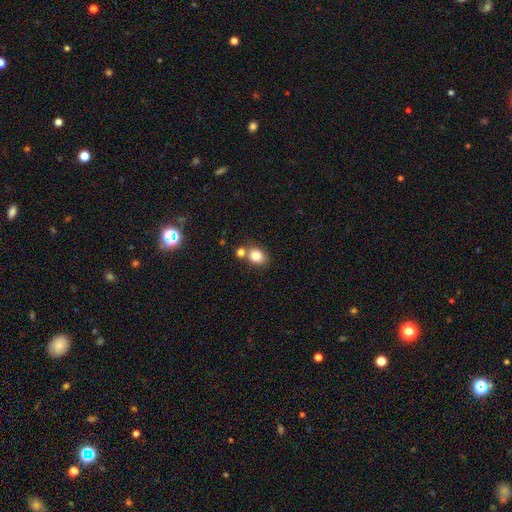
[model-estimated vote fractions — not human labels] Smooth or featured?
  - smooth: 83% *
  - star or artifact: 10%
  - featured or disk: 7%
How rounded?
  - round: 52% *
  - in between: 46%
  - cigar-shaped: 1%
Merging?
  - none: 58% *
  - merger: 27%
  - minor disturbance: 12%
  - major disturbance: 4%